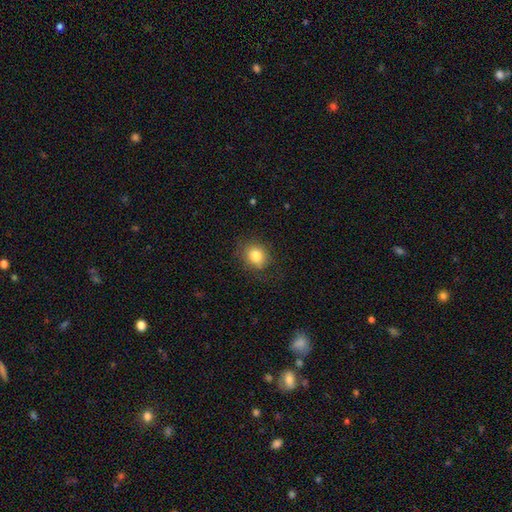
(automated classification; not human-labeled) smooth-or-featured: smooth: 82% | star or artifact: 10% | featured or disk: 8%
  how-rounded: round: 70% | in between: 29% | cigar-shaped: 1%
  merging: none: 78% | minor disturbance: 15% | major disturbance: 6% | merger: 1%